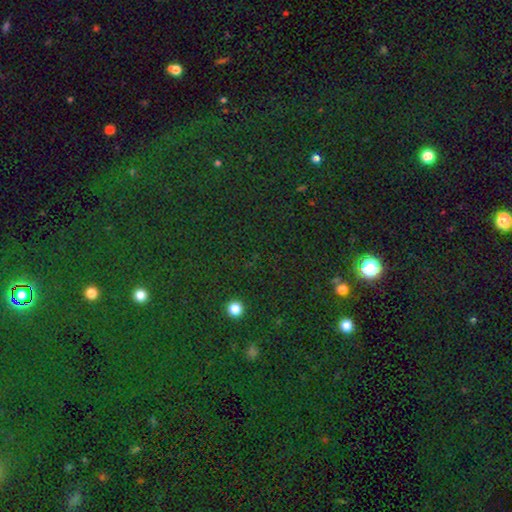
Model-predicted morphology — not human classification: The model was most divided on "smooth or featured": star or artifact: 77%, smooth: 15%, featured or disk: 8%.